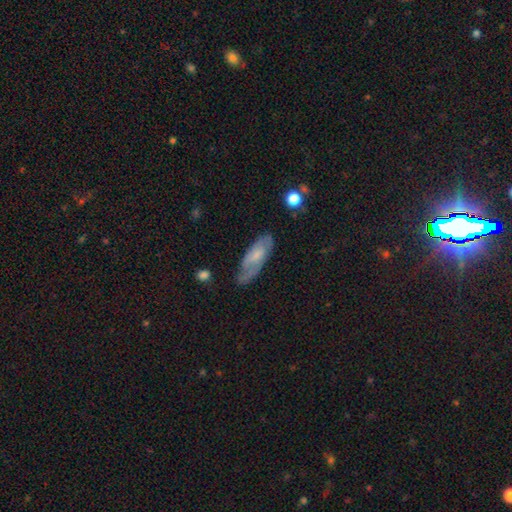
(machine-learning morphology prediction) A featured or disk galaxy (51%). Merging: none (67%).